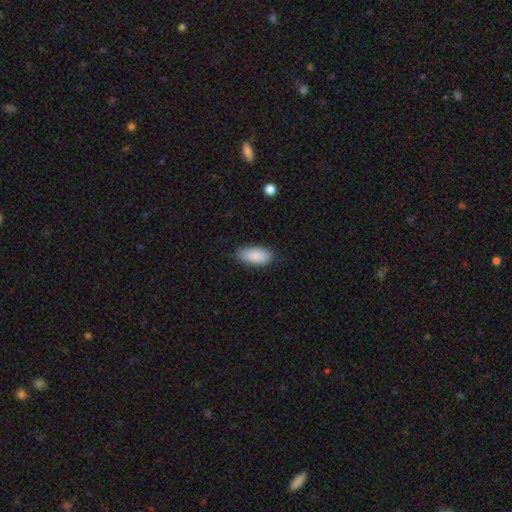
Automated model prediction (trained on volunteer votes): Q: Smooth or featured?
A: smooth (88%); runner-up: star or artifact (6%)
Q: How rounded?
A: in between (89%); runner-up: cigar-shaped (9%)
Q: Merging?
A: none (82%); runner-up: minor disturbance (14%)